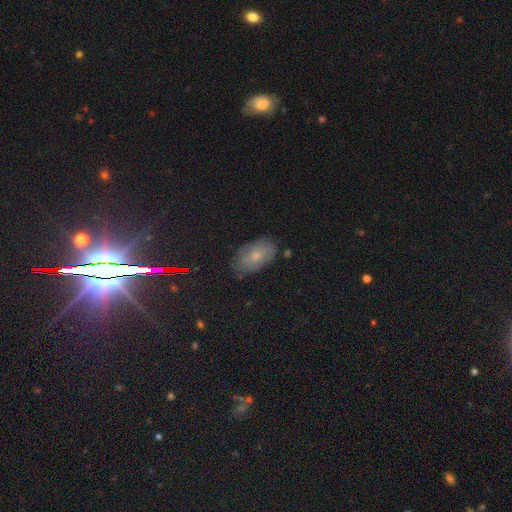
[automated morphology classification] type=smooth (59%); roundness=in between (92%); merging=none (77%).